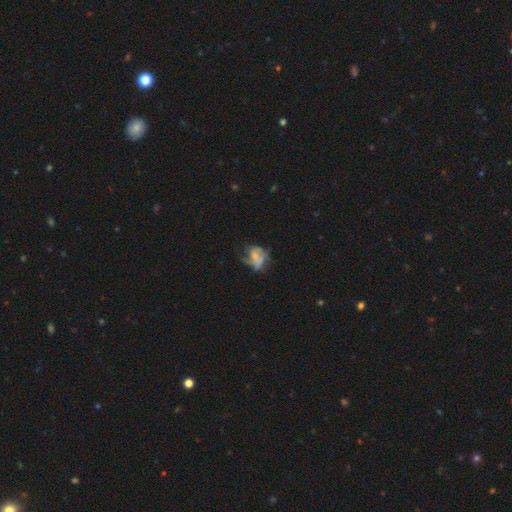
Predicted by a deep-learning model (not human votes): Smooth or featured? Predicted: featured or disk (p=0.55). Edge-on disk? Predicted: no (p=0.97). Bar? Predicted: no (p=0.72). Spiral arms? Predicted: yes (p=0.60). Bulge size? Predicted: small (p=0.54). Merging? Predicted: major disturbance (p=0.37).